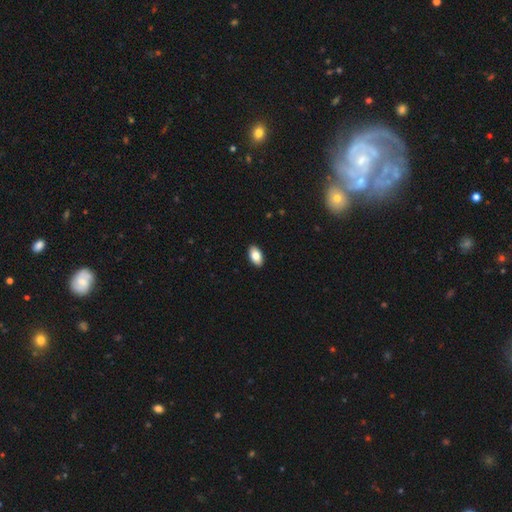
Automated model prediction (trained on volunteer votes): Q: Smooth or featured?
A: smooth (83%); runner-up: featured or disk (11%)
Q: How rounded?
A: in between (94%); runner-up: round (3%)
Q: Merging?
A: none (91%); runner-up: minor disturbance (6%)